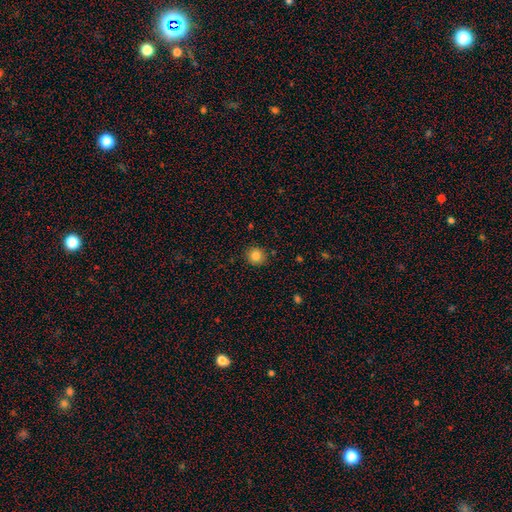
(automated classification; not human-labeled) smooth 85%, star or artifact 10%, featured or disk 5%. Down the decision tree: how rounded — round (90%); merging — none (89%).